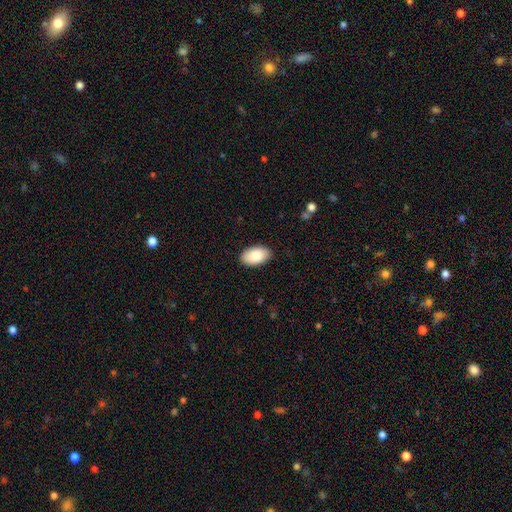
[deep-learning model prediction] Smooth or featured: smooth — 85% (featured or disk — 9%)
How rounded: in between — 95% (round — 4%)
Merging: none — 88% (minor disturbance — 9%)